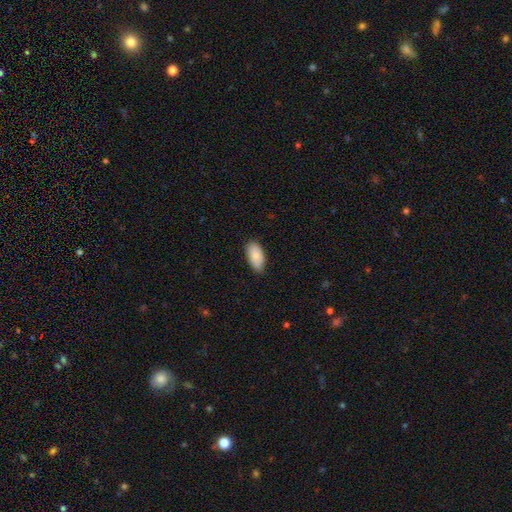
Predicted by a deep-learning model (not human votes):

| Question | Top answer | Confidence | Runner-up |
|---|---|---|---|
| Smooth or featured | smooth | 85% | featured or disk (8%) |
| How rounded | in between | 94% | cigar-shaped (4%) |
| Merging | none | 80% | minor disturbance (17%) |